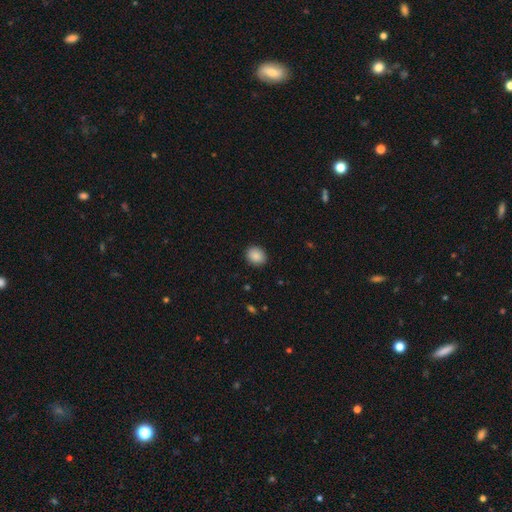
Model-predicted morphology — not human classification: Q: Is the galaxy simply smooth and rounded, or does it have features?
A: smooth — 89%.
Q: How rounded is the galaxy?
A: round — 65%.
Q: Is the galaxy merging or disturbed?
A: none — 90%.